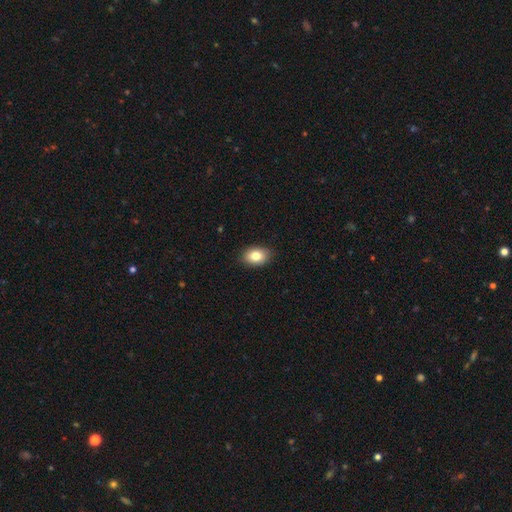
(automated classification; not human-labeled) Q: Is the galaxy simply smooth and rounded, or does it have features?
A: smooth — 81%.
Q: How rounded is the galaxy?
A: in between — 79%.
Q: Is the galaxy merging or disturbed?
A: none — 88%.